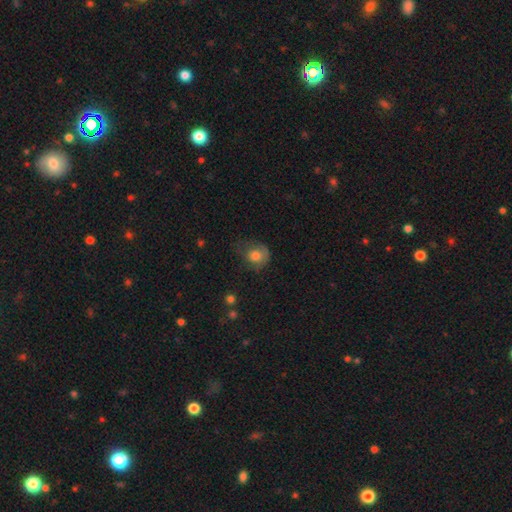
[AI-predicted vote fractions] Overall: smooth (71%). How rounded: round (71%). Merging: none (42%; minor disturbance 30%).